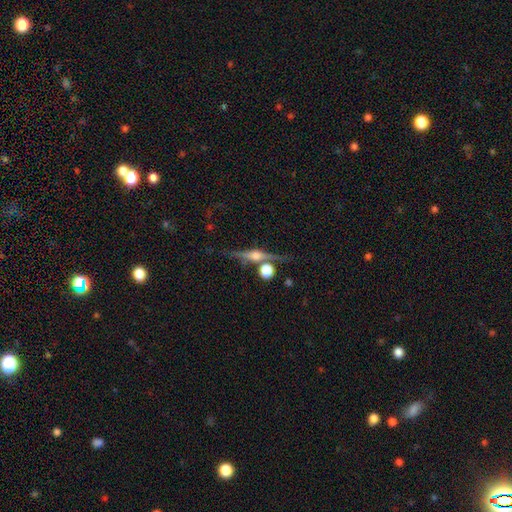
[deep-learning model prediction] Q: Smooth or featured?
A: featured or disk (75%); runner-up: smooth (16%)
Q: Edge-on disk?
A: yes (96%); runner-up: no (4%)
Q: Edge-on bulge?
A: rounded (91%); runner-up: boxy (6%)
Q: Merging?
A: none (76%); runner-up: minor disturbance (11%)